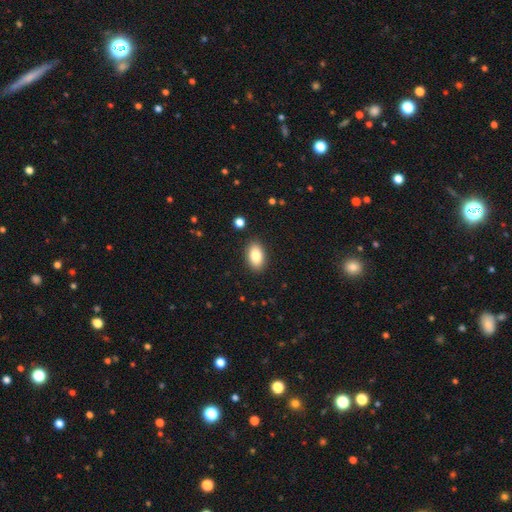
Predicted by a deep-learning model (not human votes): This is clearly a smooth galaxy (83%). How rounded: clearly in between (92%). Merging: clearly none (89%).